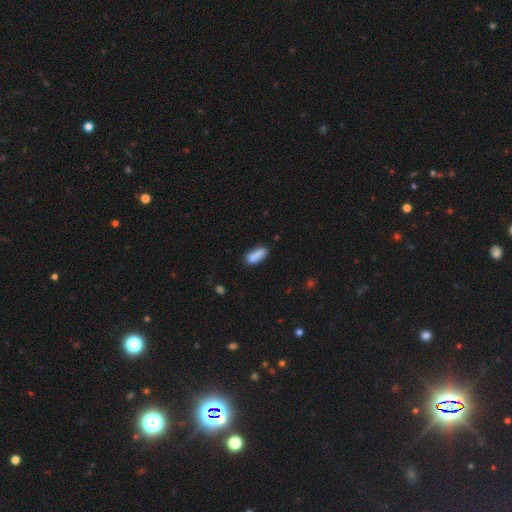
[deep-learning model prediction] Q: Smooth or featured?
A: smooth (87%); runner-up: star or artifact (7%)
Q: How rounded?
A: in between (68%); runner-up: cigar-shaped (30%)
Q: Merging?
A: none (74%); runner-up: minor disturbance (19%)